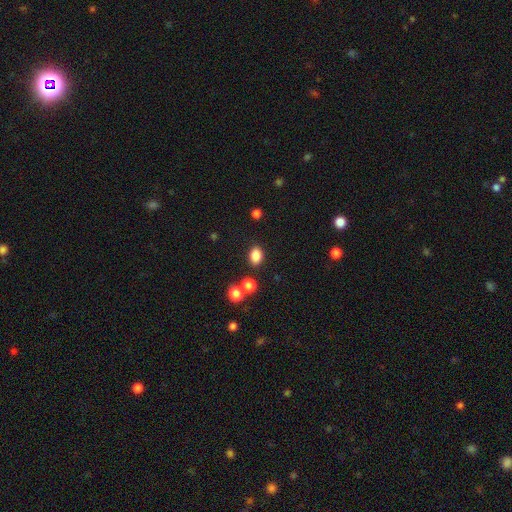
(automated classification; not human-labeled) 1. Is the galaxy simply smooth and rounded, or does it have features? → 84% smooth, 11% star or artifact, 4% featured or disk.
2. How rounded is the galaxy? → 69% in between, 30% round, 1% cigar-shaped.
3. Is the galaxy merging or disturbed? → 83% none, 9% minor disturbance, 5% merger, 3% major disturbance.